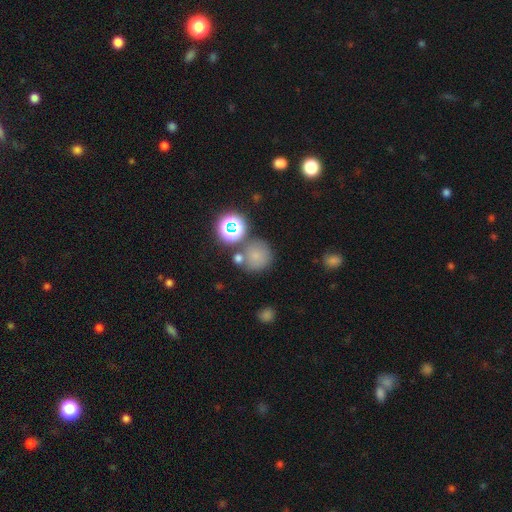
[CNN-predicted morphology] A smooth galaxy with no disk features (70%) that is round (90%). Merging: none (62%).